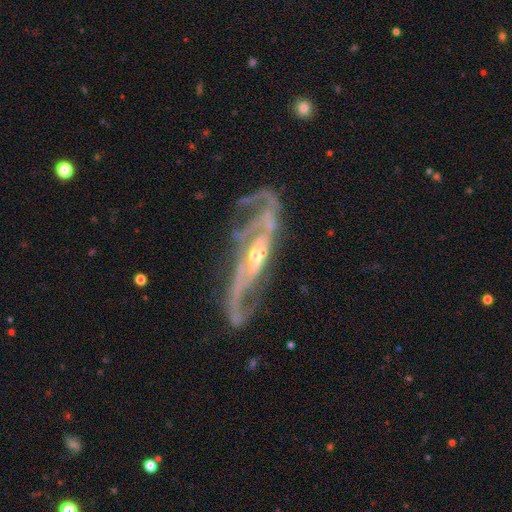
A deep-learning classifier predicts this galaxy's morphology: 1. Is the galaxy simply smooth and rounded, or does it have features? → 91% featured or disk, 6% star or artifact, 4% smooth.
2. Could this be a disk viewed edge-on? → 85% no, 15% yes.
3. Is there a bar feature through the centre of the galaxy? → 35% weak, 33% no, 32% strong.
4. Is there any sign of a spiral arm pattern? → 97% yes, 3% no.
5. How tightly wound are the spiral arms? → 46% medium, 28% tight, 26% loose.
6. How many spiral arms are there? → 52% 2, 17% 3, 13% can't tell, 7% 4, 5% 1, 5% more than 4.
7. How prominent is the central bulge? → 55% small, 41% moderate, 2% large, 1% none, 1% dominant.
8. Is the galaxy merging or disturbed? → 64% none, 19% minor disturbance, 14% major disturbance, 3% merger.